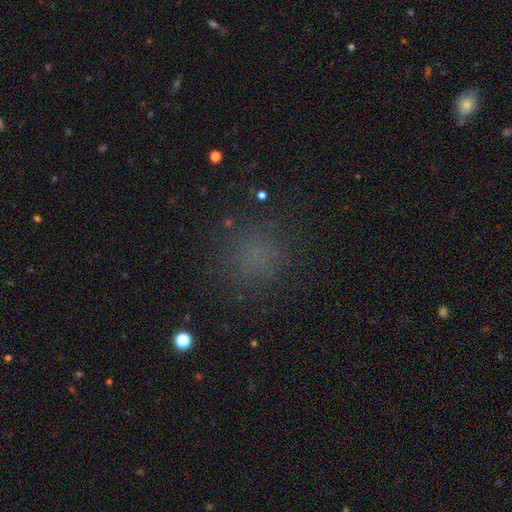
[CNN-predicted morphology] The model was most divided on "smooth or featured": smooth: 67%, star or artifact: 26%, featured or disk: 7%. More confident: how rounded — round (89%); merging — none (84%).